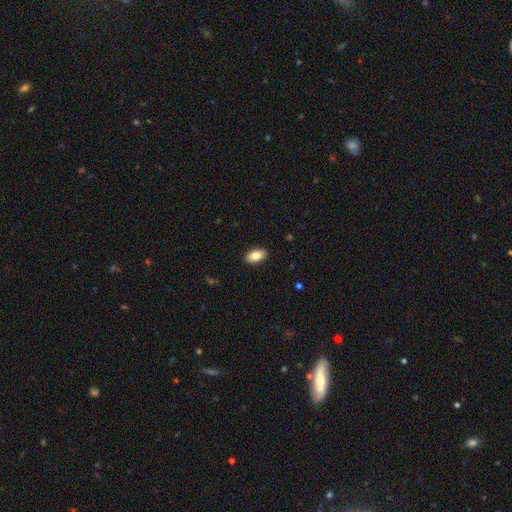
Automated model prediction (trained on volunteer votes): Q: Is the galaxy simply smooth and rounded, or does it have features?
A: smooth — 84%.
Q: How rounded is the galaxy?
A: in between — 93%.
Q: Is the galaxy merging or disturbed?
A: none — 90%.